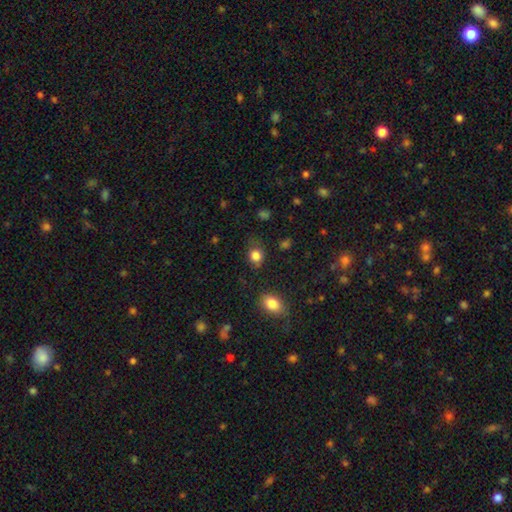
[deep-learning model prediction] smooth_or_featured: smooth (p=0.84) [alt: star or artifact p=0.10]
how_rounded: round (p=0.59) [alt: in between p=0.40]
merging: none (p=0.65) [alt: minor disturbance p=0.25]